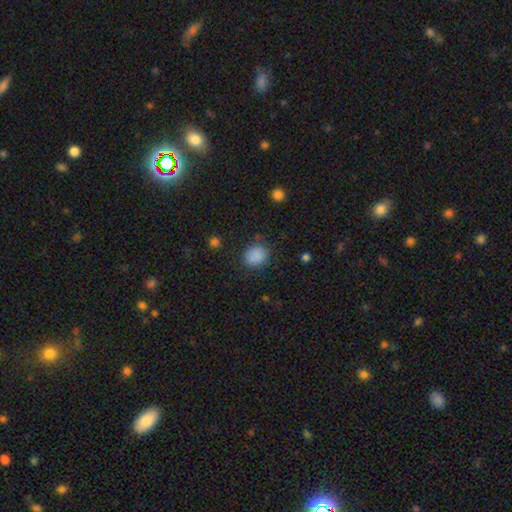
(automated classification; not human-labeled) smooth_or_featured: smooth (p=0.86) [alt: star or artifact p=0.10]
how_rounded: round (p=0.63) [alt: in between p=0.36]
merging: none (p=0.81) [alt: minor disturbance p=0.13]